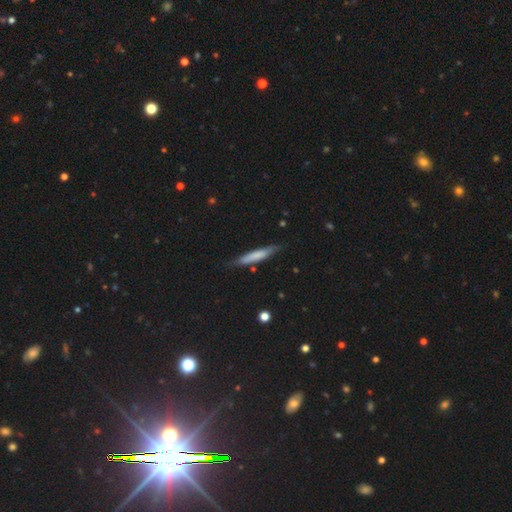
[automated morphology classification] type=smooth (64%); roundness=cigar-shaped (91%); merging=none (79%).